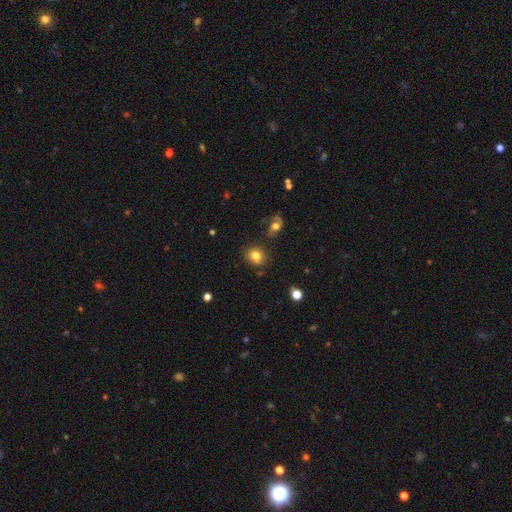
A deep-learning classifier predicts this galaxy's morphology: smooth 80%, star or artifact 12%, featured or disk 8%. Down the decision tree: how rounded — round (75%); merging — none (77%).